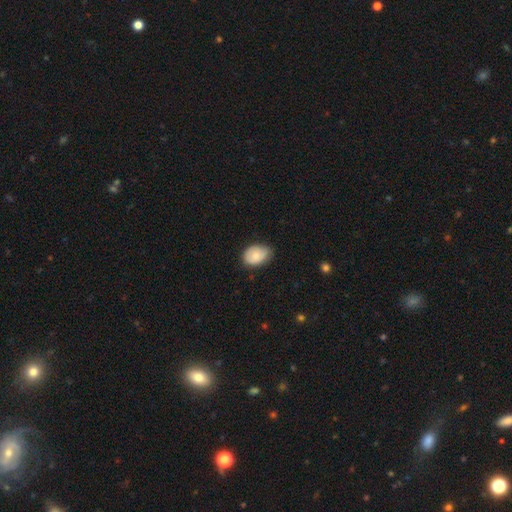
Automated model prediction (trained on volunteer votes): Smooth or featured: smooth — 77% (featured or disk — 16%)
How rounded: in between — 78% (round — 21%)
Merging: none — 65% (minor disturbance — 29%)